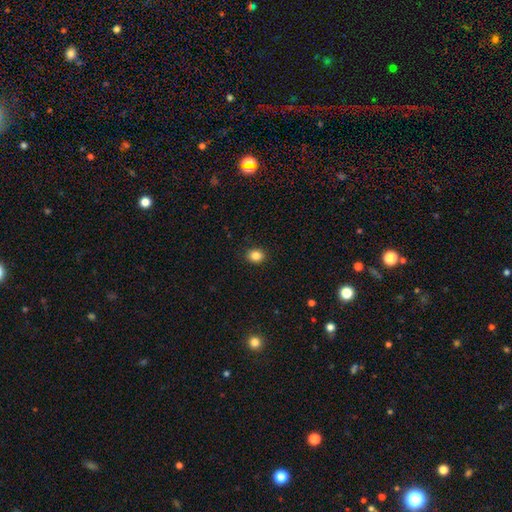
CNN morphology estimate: smooth_or_featured: smooth (p=0.85) [alt: star or artifact p=0.11]
how_rounded: round (p=0.59) [alt: in between p=0.40]
merging: none (p=0.90) [alt: minor disturbance p=0.07]